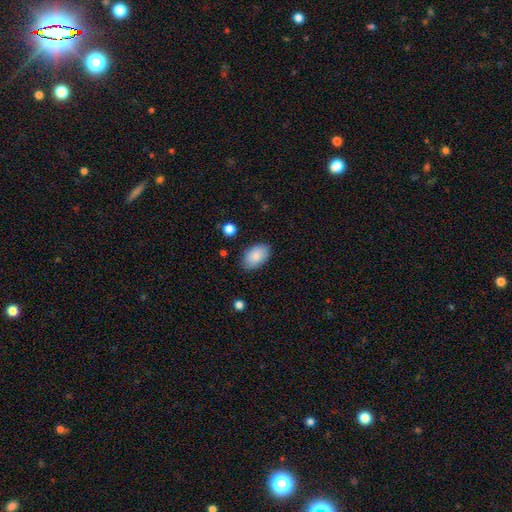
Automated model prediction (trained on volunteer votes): A smooth galaxy with no disk features (87%) that is in between round and cigar-shaped (92%). Merging: none (84%).